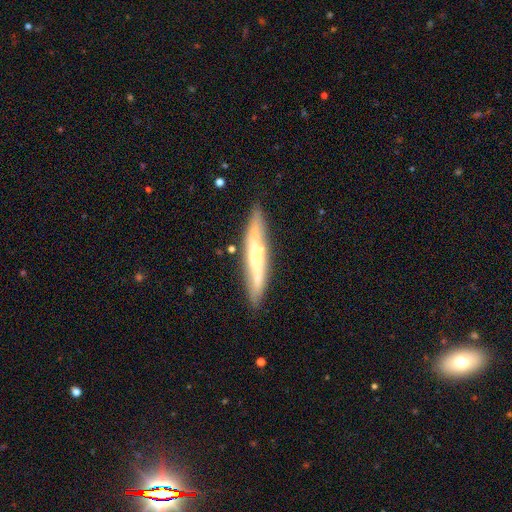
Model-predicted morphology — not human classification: Smooth or featured? Predicted: featured or disk (p=0.59). Edge-on disk? Predicted: yes (p=0.82). Merging? Predicted: none (p=0.81).